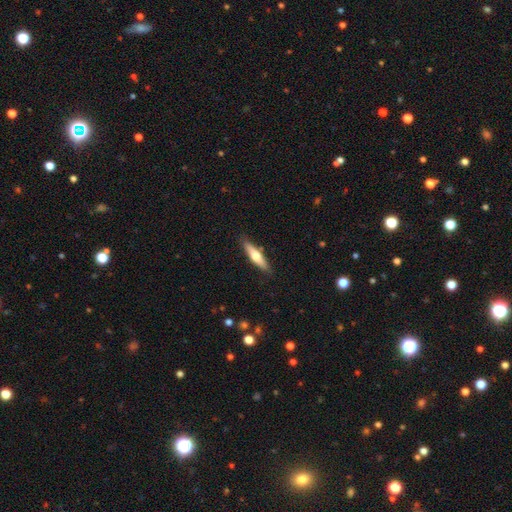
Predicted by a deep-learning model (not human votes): Smooth or featured?
  - smooth: 53% *
  - featured or disk: 42%
  - star or artifact: 5%
How rounded?
  - cigar-shaped: 77% *
  - in between: 22%
  - round: 2%
Merging?
  - none: 86% *
  - minor disturbance: 10%
  - major disturbance: 2%
  - merger: 2%